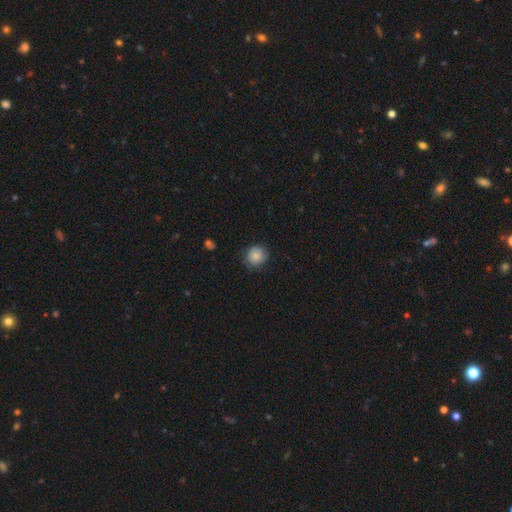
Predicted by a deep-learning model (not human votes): smooth 84%, star or artifact 8%, featured or disk 7%. Down the decision tree: how rounded — round (89%); merging — none (82%).